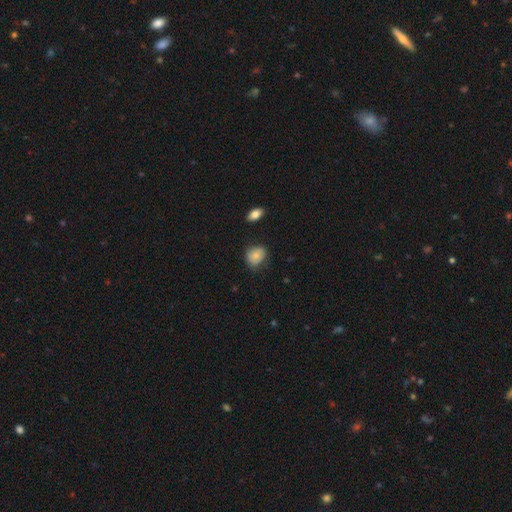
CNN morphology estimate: The model was most divided on "how rounded": round: 56%, in between: 43%, cigar-shaped: 1%. More confident: smooth or featured — smooth (79%); merging — none (66%).